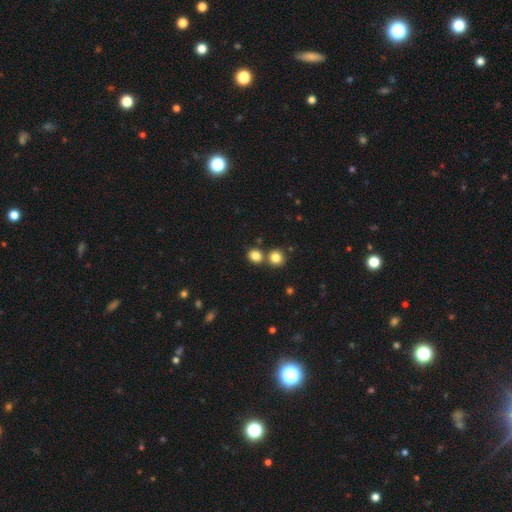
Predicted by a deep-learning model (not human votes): A smooth galaxy with no disk features (82%) that is round (72%).

Vote fractions:
- Smooth or featured? smooth: 82% / star or artifact: 12% / featured or disk: 6%
- How rounded? round: 72% / in between: 27% / cigar-shaped: 1%
- Merging? none: 64% / merger: 25% / minor disturbance: 8% / major disturbance: 3%